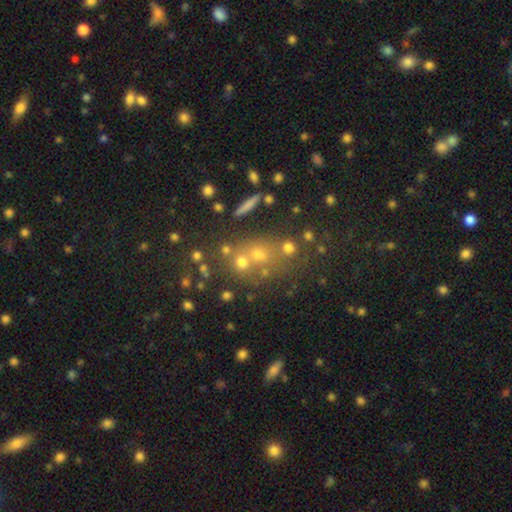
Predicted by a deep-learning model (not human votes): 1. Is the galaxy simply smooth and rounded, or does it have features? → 42% smooth, 38% star or artifact, 20% featured or disk.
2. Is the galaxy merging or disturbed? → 49% none, 34% merger, 10% minor disturbance, 6% major disturbance.